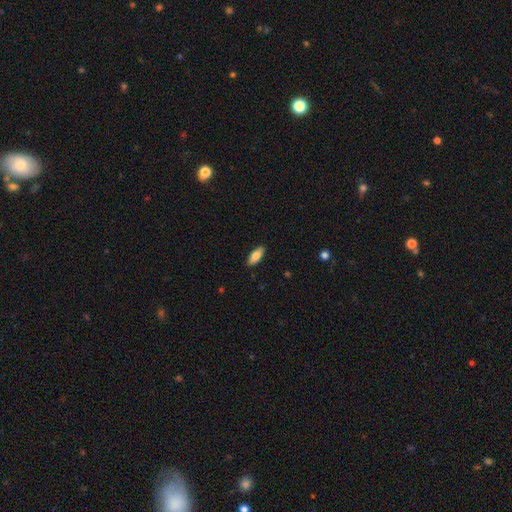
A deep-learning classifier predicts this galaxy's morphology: Smooth or featured?
  - smooth: 79% *
  - featured or disk: 15%
  - star or artifact: 6%
How rounded?
  - in between: 78% *
  - cigar-shaped: 20%
  - round: 2%
Merging?
  - none: 89% *
  - minor disturbance: 8%
  - major disturbance: 2%
  - merger: 1%